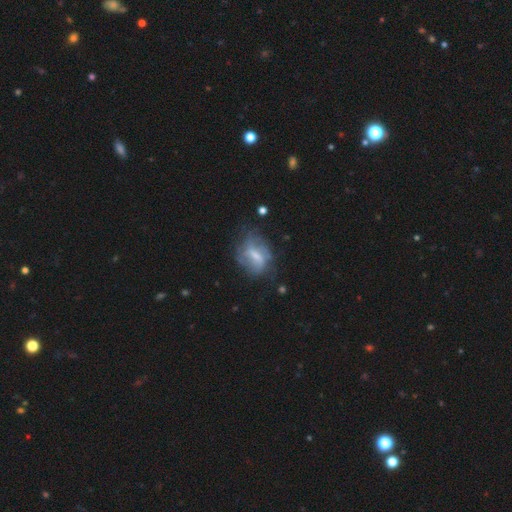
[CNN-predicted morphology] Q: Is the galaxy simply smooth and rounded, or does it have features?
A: featured or disk — 59%.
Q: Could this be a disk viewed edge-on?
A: no — 93%.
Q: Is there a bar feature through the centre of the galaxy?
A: weak — 47%.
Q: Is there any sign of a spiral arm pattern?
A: yes — 53%.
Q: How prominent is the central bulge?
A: small — 42%.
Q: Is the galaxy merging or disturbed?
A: none — 50%.